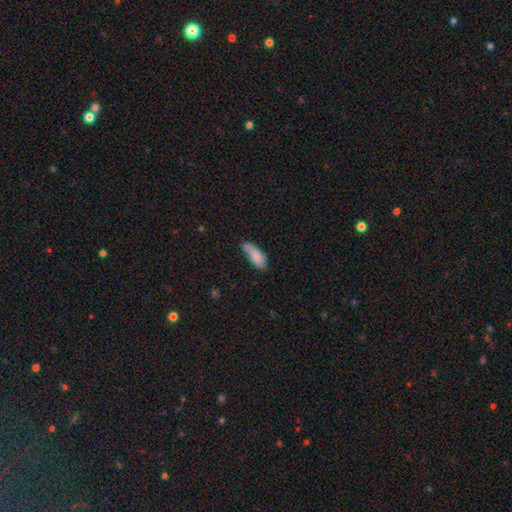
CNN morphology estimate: Q: Smooth or featured?
A: smooth (83%); runner-up: featured or disk (10%)
Q: How rounded?
A: in between (69%); runner-up: cigar-shaped (29%)
Q: Merging?
A: none (57%); runner-up: minor disturbance (31%)